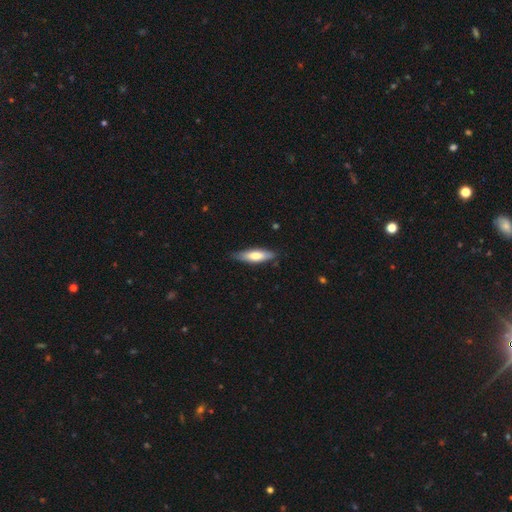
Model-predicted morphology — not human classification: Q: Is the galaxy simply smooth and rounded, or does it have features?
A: smooth — 63%.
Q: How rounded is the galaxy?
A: cigar-shaped — 59%.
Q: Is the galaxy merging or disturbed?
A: none — 81%.